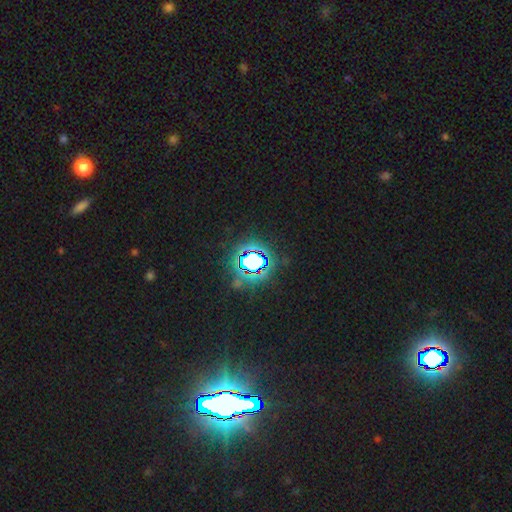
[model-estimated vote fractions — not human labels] A star or artifact, not a galaxy (77%).